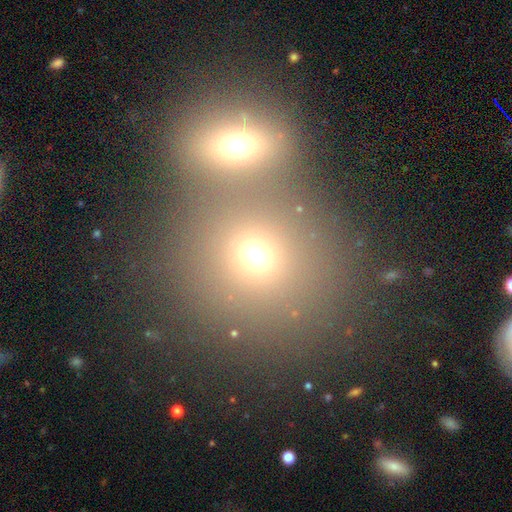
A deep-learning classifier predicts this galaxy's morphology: A smooth galaxy with no disk features (68%) that is round (79%). Merging: merger (50%).